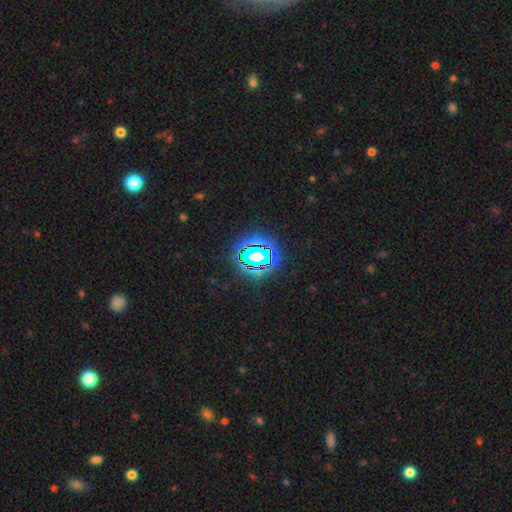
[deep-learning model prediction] Smooth or featured? star or artifact (71%)